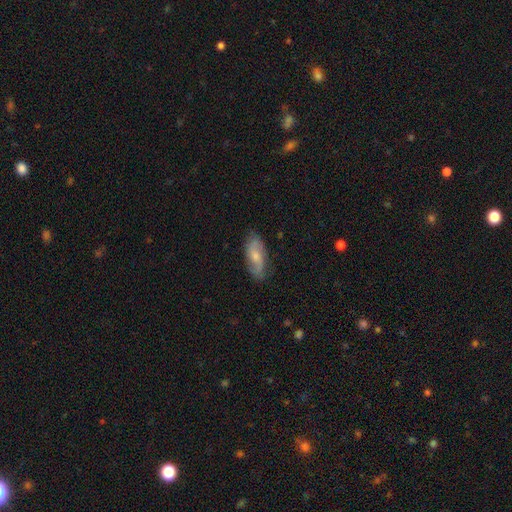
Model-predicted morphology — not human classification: smooth_or_featured: featured or disk (p=0.56) [alt: smooth p=0.38]
disk_edge_on: no (p=0.91) [alt: yes p=0.09]
bar: no (p=0.58) [alt: weak p=0.36]
has_spiral_arms: yes (p=0.88) [alt: no p=0.12]
bulge_size: moderate (p=0.46) [alt: small p=0.42]
merging: none (p=0.79) [alt: minor disturbance p=0.16]